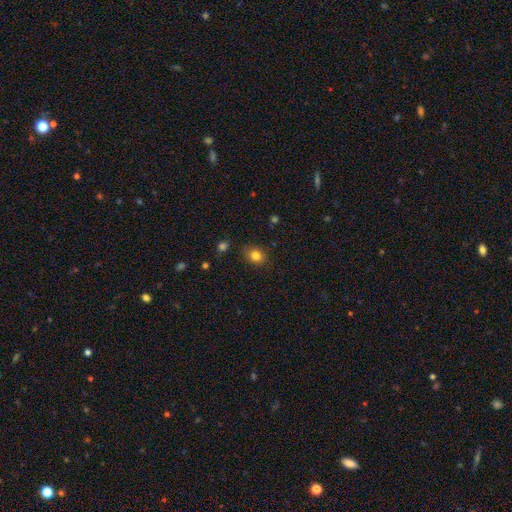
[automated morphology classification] type=smooth (82%); roundness=round (59%); merging=none (85%).